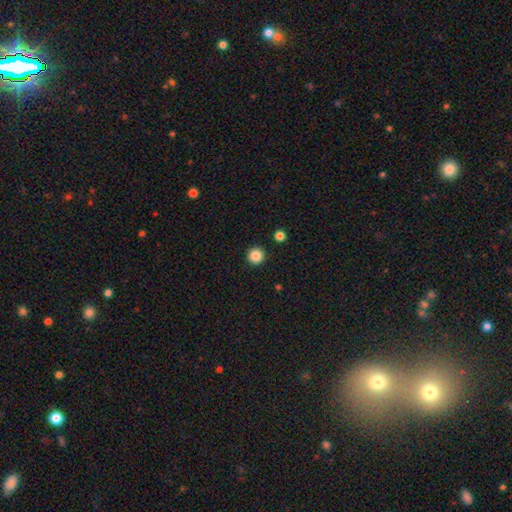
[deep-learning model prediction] This is clearly a smooth galaxy (86%). How rounded: clearly round (96%). Merging: clearly none (93%).